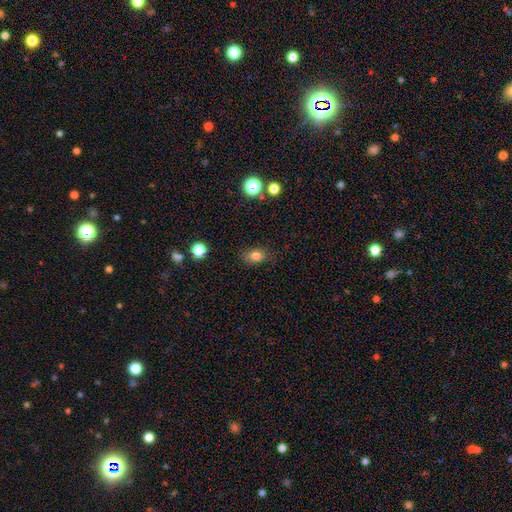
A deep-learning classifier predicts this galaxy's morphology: Smooth or featured? smooth (81%)
How rounded? in between (75%)
Merging? none (81%)